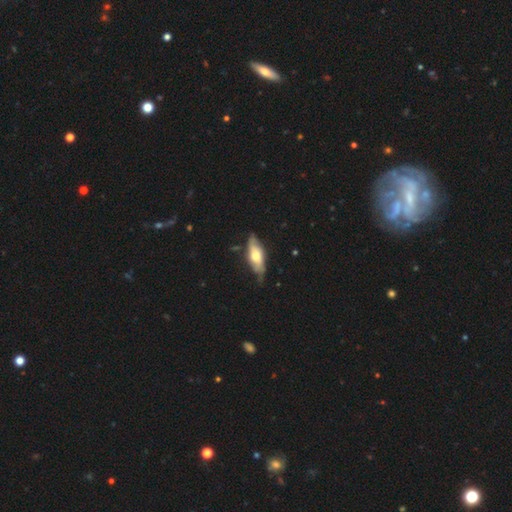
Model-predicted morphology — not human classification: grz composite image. It shows a featured or disk galaxy (49%). Merging: none (67%).